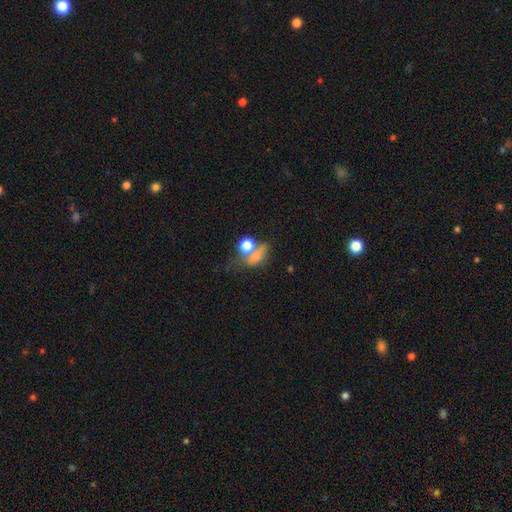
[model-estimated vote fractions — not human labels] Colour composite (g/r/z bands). It shows a smooth galaxy with no disk features (68%) that is in between round and cigar-shaped (56%). Merging: merger (41%).